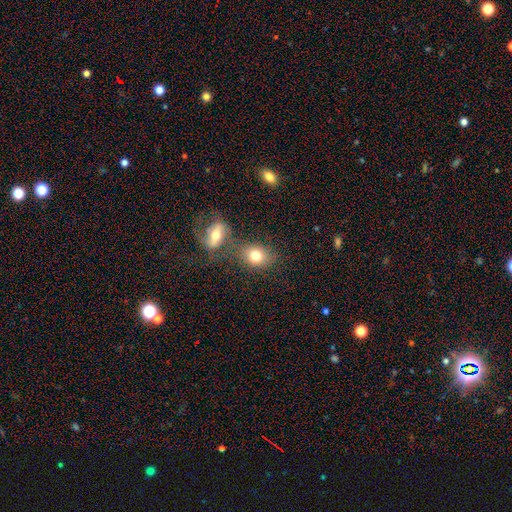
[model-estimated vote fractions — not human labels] smooth-or-featured: smooth: 76% | featured or disk: 15% | star or artifact: 10%
  how-rounded: in between: 58% | round: 41% | cigar-shaped: 1%
  merging: none: 57% | merger: 27% | minor disturbance: 12% | major disturbance: 5%